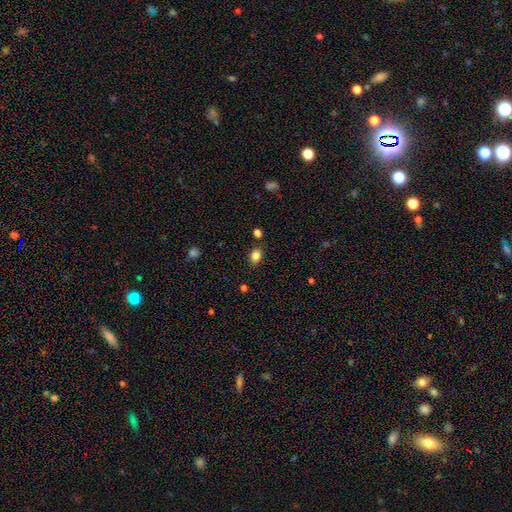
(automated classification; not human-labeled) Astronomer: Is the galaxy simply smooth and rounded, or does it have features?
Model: smooth — 84%.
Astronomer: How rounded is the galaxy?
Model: in between — 69%.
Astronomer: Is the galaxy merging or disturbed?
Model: none — 84%.